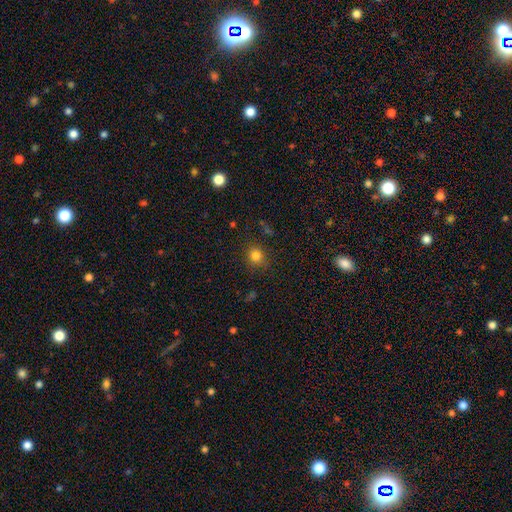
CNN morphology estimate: smooth_or_featured: smooth (p=0.80) [alt: star or artifact p=0.14]
how_rounded: round (p=0.82) [alt: in between p=0.17]
merging: none (p=0.86) [alt: minor disturbance p=0.10]